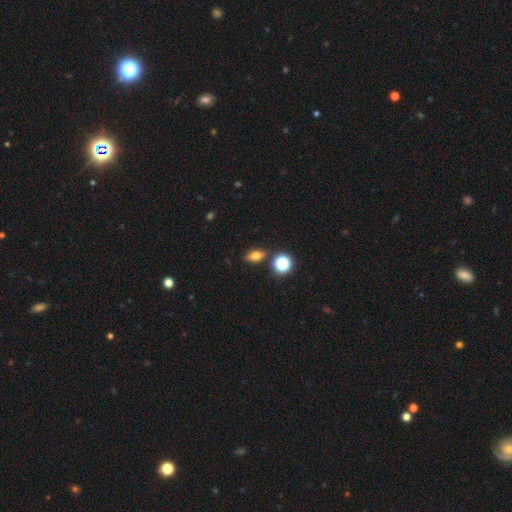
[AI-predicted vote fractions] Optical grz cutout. It shows a smooth galaxy with no disk features (70%) that is in between round and cigar-shaped (73%). Merging: none (84%).